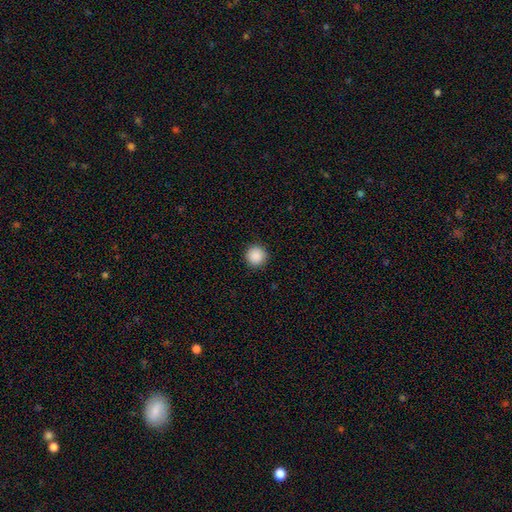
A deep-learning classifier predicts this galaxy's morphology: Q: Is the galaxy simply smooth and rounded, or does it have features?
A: smooth — 89%.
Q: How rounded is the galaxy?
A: round — 96%.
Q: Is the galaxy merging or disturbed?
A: none — 93%.